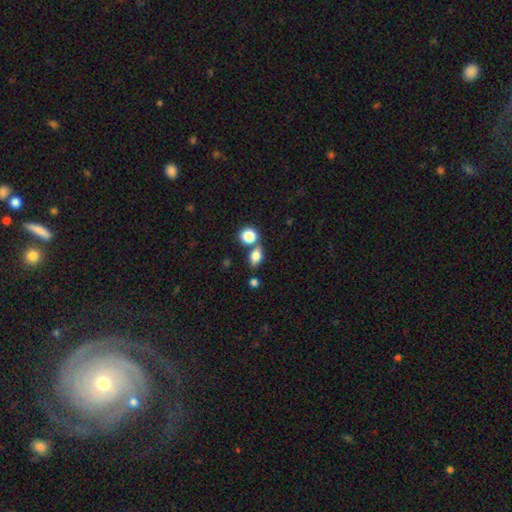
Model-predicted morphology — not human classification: type=smooth (81%); roundness=in between (70%); merging=none (60%).